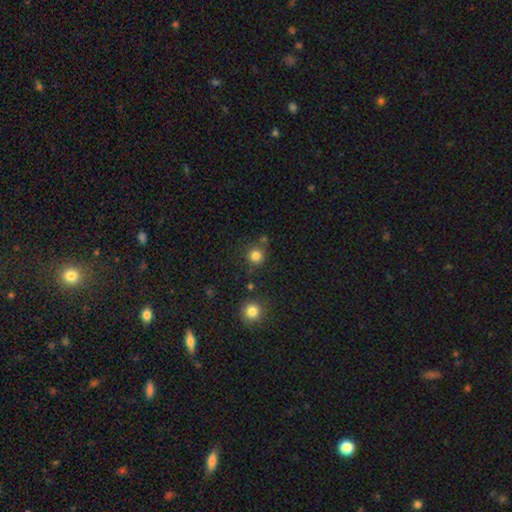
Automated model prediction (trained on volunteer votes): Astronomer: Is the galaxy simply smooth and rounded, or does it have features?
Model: smooth — 82%.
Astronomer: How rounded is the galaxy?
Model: round — 93%.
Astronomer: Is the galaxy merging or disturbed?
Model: none — 78%.